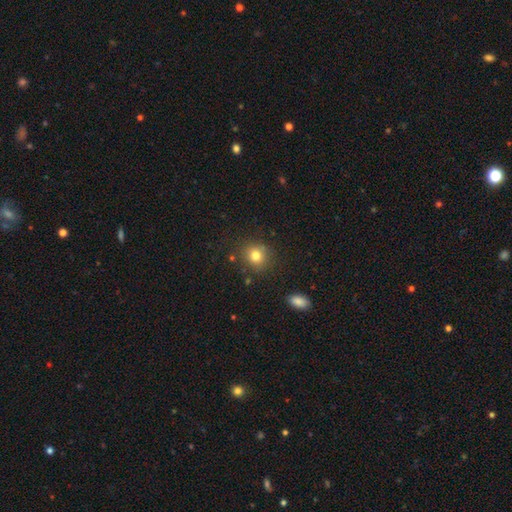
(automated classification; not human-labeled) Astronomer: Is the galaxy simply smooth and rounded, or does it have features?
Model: smooth — 80%.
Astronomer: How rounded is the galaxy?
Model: round — 83%.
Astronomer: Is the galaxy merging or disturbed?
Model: none — 84%.